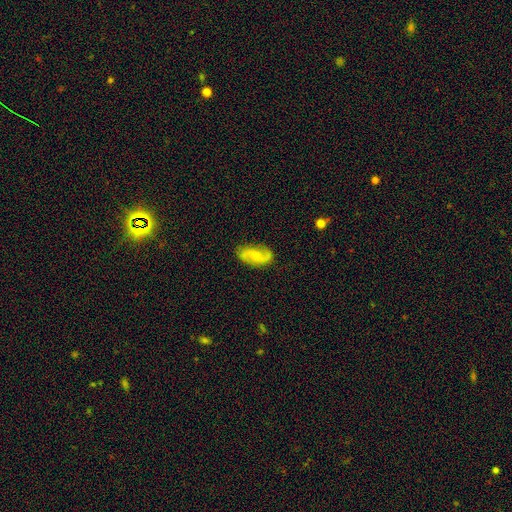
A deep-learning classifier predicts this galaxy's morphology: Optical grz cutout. It shows a featured or disk galaxy (71%) with no bar (52%), 2 (90%) medium (44%) spiral arms (95%) and a small central bulge (37%). Merging: none (79%).